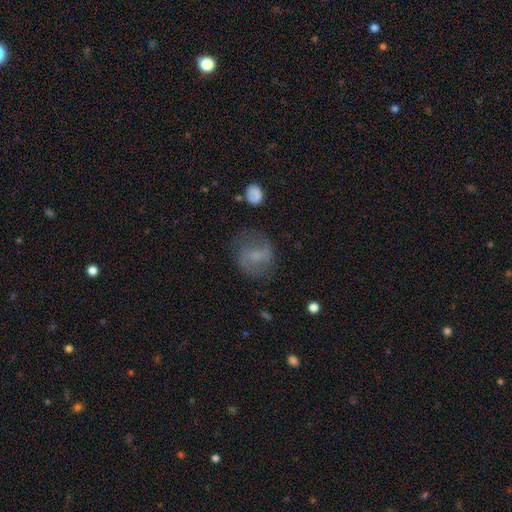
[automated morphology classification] The model was most divided on "smooth or featured": featured or disk: 52%, smooth: 37%, star or artifact: 12%. More confident: edge-on disk — no (97%); merging — none (64%).